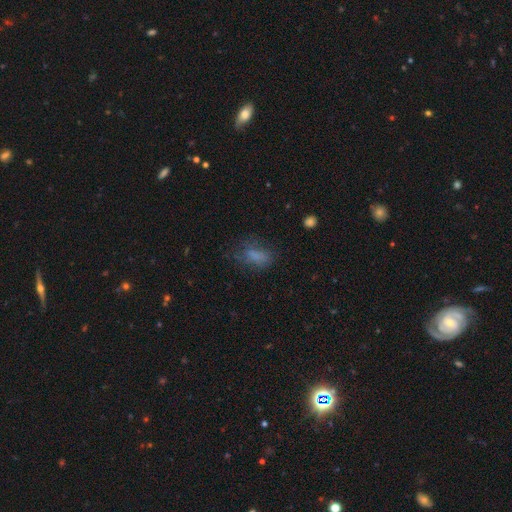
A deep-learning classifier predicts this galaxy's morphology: type=smooth (68%); roundness=in between (79%); merging=none (54%).